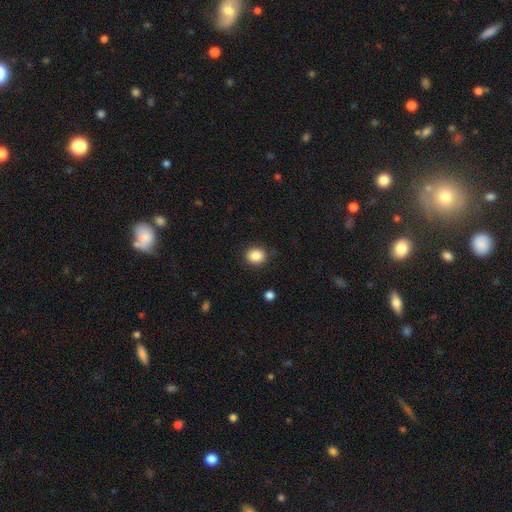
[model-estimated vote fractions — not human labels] Q: Smooth or featured?
A: smooth (86%); runner-up: star or artifact (9%)
Q: How rounded?
A: round (65%); runner-up: in between (34%)
Q: Merging?
A: none (88%); runner-up: minor disturbance (9%)